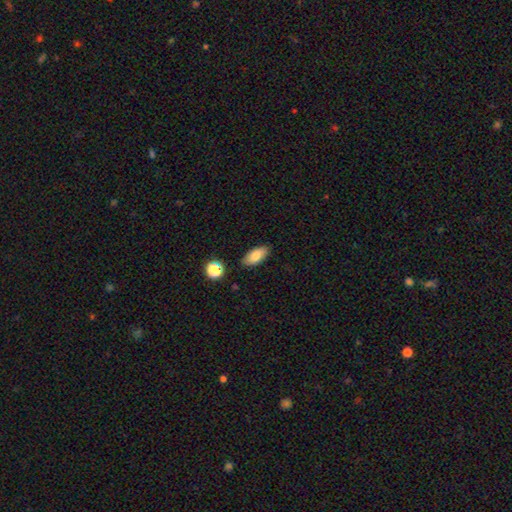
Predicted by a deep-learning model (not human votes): Smooth or featured?
  - smooth: 82% *
  - featured or disk: 10%
  - star or artifact: 8%
How rounded?
  - in between: 89% *
  - cigar-shaped: 7%
  - round: 4%
Merging?
  - none: 85% *
  - minor disturbance: 10%
  - major disturbance: 2%
  - merger: 2%